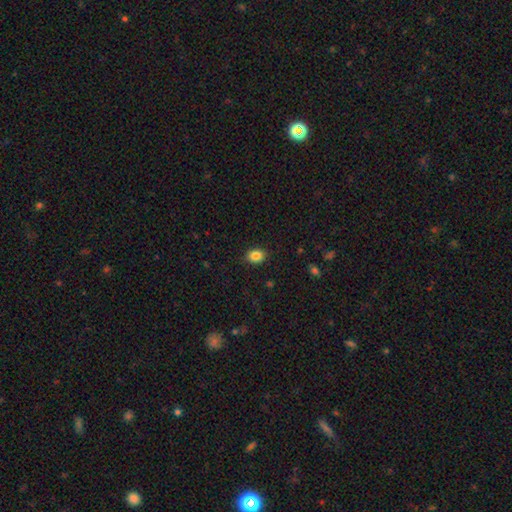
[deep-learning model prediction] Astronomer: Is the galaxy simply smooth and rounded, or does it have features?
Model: smooth — 85%.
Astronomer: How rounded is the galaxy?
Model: in between — 64%.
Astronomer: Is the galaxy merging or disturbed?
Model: none — 89%.